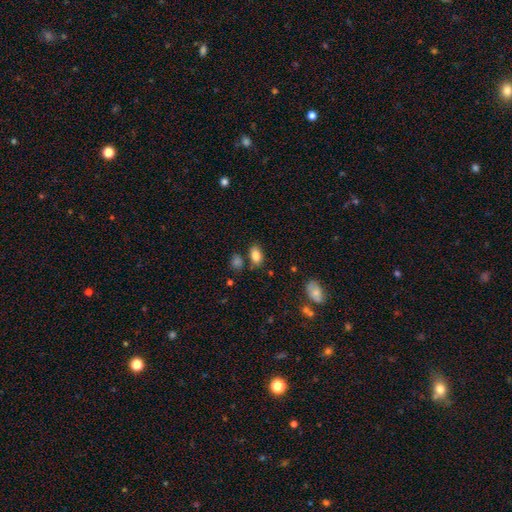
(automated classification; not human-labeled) A smooth galaxy with no disk features (84%) that is in between round and cigar-shaped (89%).

Vote fractions:
- Smooth or featured? smooth: 84% / star or artifact: 9% / featured or disk: 7%
- How rounded? in between: 89% / round: 9% / cigar-shaped: 2%
- Merging? none: 76% / minor disturbance: 13% / merger: 7% / major disturbance: 4%